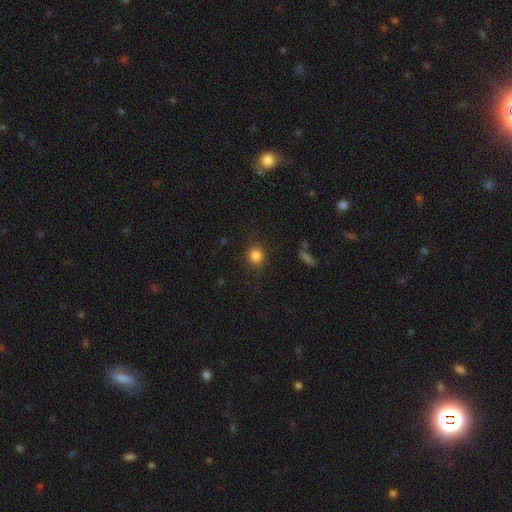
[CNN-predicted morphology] Overall: smooth (84%). How rounded: round (89%). Merging: none (87%).